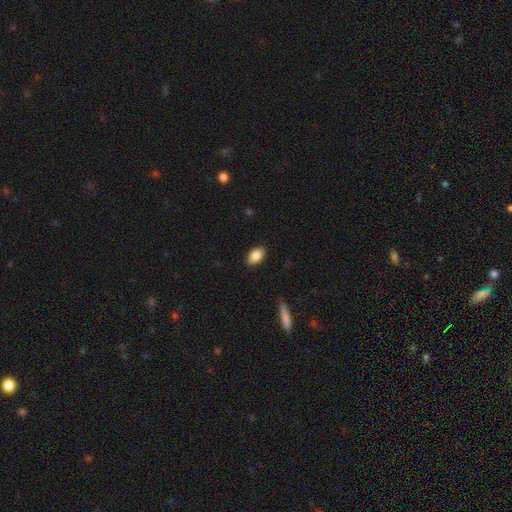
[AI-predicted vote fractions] A smooth galaxy with no disk features (87%) that is in between round and cigar-shaped (92%). Merging: none (88%).